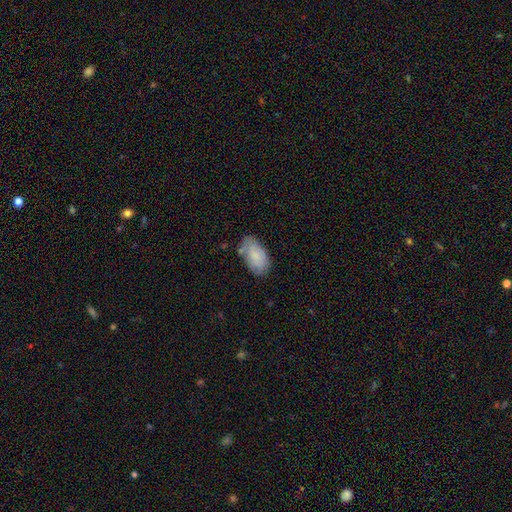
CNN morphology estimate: Overall: smooth (78%). How rounded: in between (95%). Merging: none (67%).